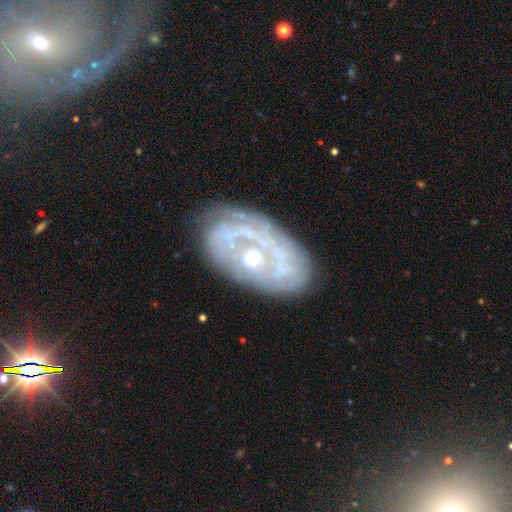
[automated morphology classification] type=featured or disk (78%); edge-on=no (94%); bar=no (72%); spiral arms=yes (68%); bulge=moderate (60%); merging=none (66%).